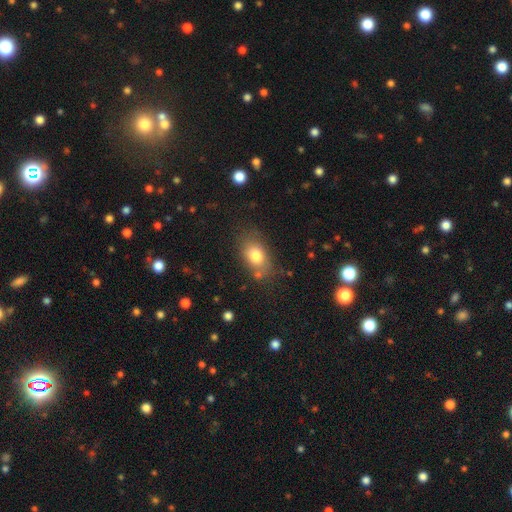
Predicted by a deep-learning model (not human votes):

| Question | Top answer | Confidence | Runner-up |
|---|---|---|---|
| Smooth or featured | smooth | 78% | featured or disk (12%) |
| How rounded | in between | 82% | round (16%) |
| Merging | none | 71% | minor disturbance (18%) |